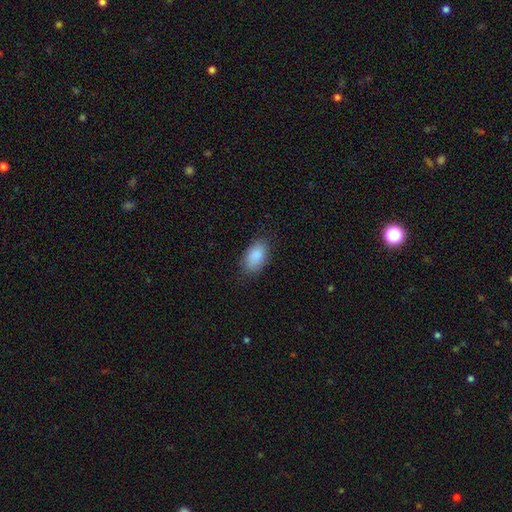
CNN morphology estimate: A smooth galaxy with no disk features (89%) that is in between round and cigar-shaped (93%). Merging: none (82%).